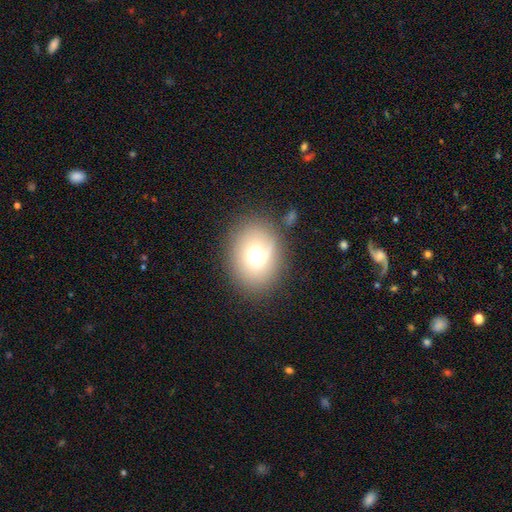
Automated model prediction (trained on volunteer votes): This appears to be a smooth galaxy with no disk features (65%) that is in between round and cigar-shaped (52%). Merging: none (76%).